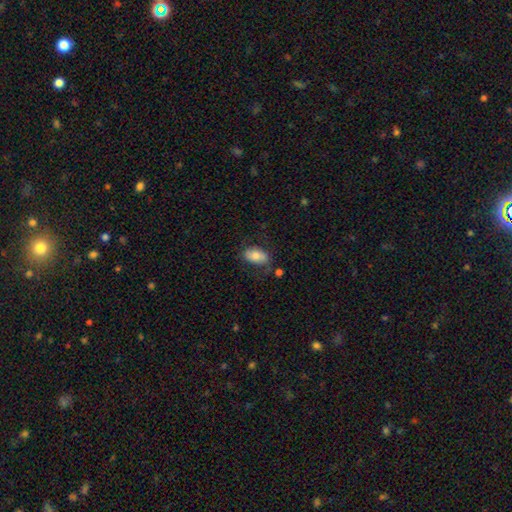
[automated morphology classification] Smooth or featured?
  - smooth: 76% *
  - featured or disk: 17%
  - star or artifact: 7%
How rounded?
  - in between: 92% *
  - round: 6%
  - cigar-shaped: 2%
Merging?
  - none: 69% *
  - minor disturbance: 19%
  - major disturbance: 8%
  - merger: 4%